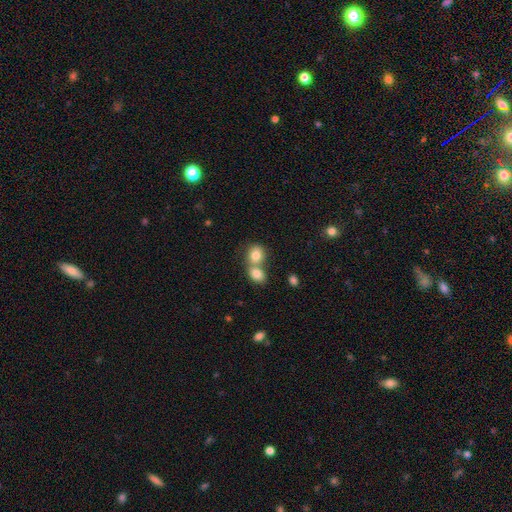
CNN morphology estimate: Smooth or featured: smooth — 81% (featured or disk — 10%)
How rounded: round — 55% (in between — 44%)
Merging: merger — 60% (none — 30%)